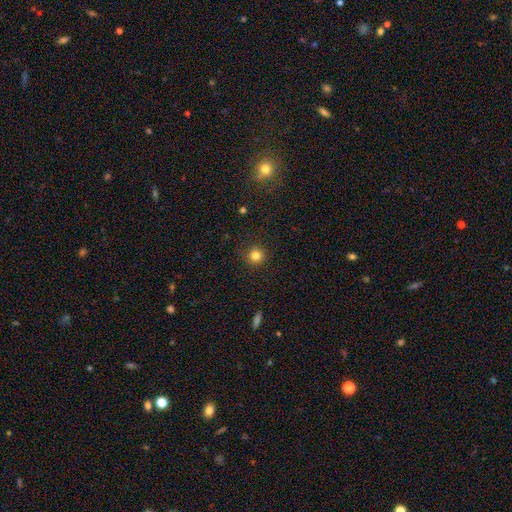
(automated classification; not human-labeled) Smooth or featured? Predicted: smooth (p=0.82). How rounded? Predicted: round (p=0.94). Merging? Predicted: none (p=0.89).